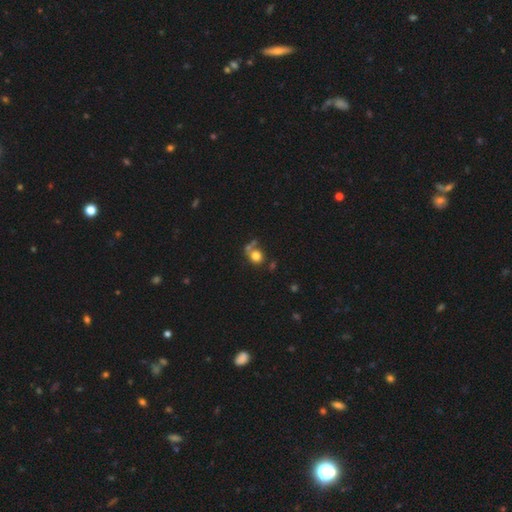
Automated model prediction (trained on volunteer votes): Morphology: type=smooth (78%); roundness=round (82%); merging=none (53%).